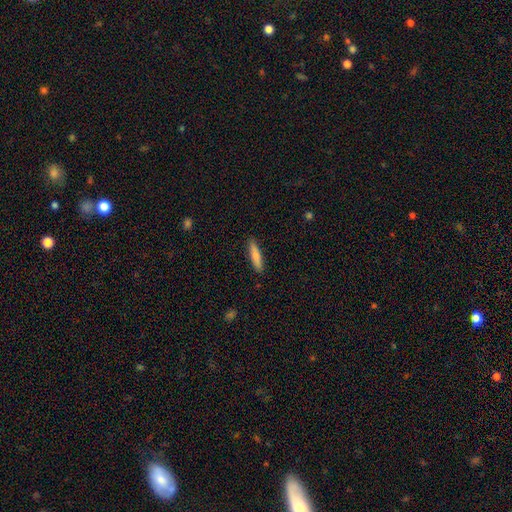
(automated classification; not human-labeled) smooth_or_featured: smooth (p=0.77) [alt: featured or disk p=0.18]
how_rounded: cigar-shaped (p=0.81) [alt: in between p=0.17]
merging: none (p=0.90) [alt: minor disturbance p=0.08]